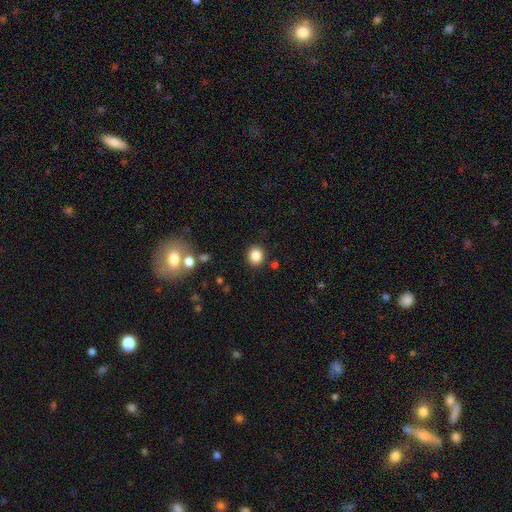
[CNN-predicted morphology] Smooth or featured: smooth — 85% (star or artifact — 10%)
How rounded: round — 78% (in between — 21%)
Merging: none — 88% (minor disturbance — 7%)